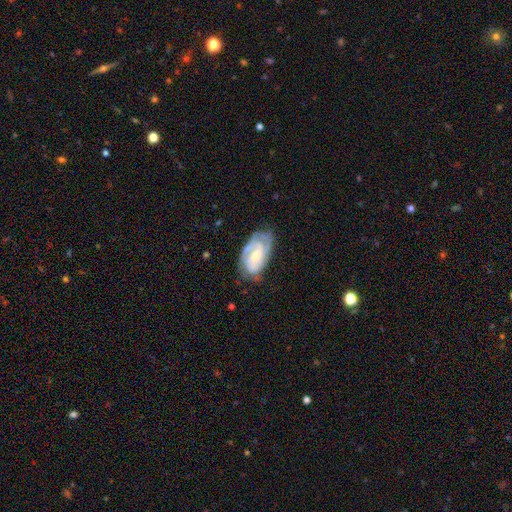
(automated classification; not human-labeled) A featured or disk galaxy (77%) with no bar (57%), 2 (42%) tight (56%) spiral arms (92%) and a small central bulge (50%). Merging: none (62%).